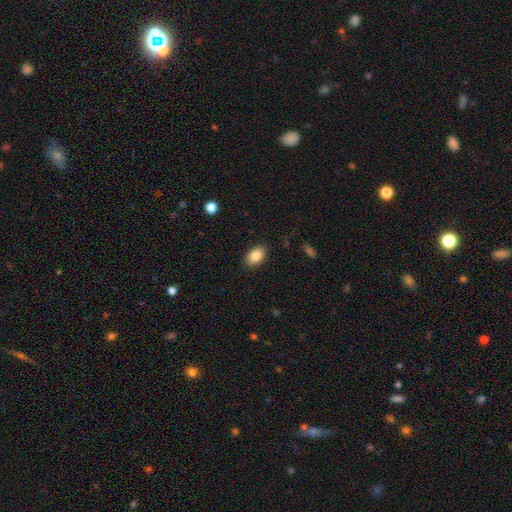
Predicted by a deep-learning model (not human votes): smooth_or_featured: smooth (p=0.85) [alt: star or artifact p=0.08]
how_rounded: in between (p=0.88) [alt: round p=0.11]
merging: none (p=0.87) [alt: minor disturbance p=0.10]